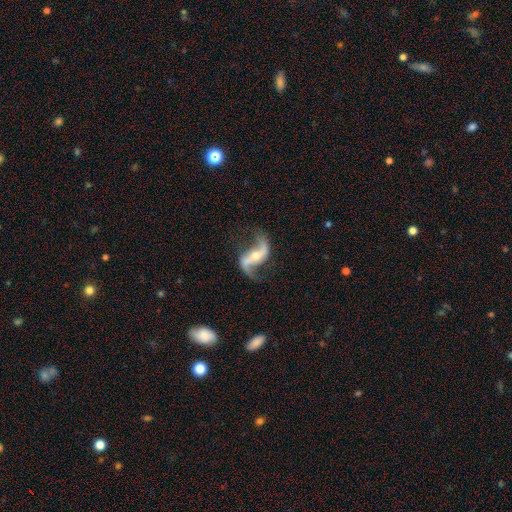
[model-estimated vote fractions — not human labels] featured or disk 90%, star or artifact 5%, smooth 5%. Down the decision tree: edge-on disk — no (96%); bar — strong (46%); spiral arms — yes (96%); spiral arm count — 2 (94%); spiral winding — loose (82%); bulge size — moderate (52%); merging — none (77%).